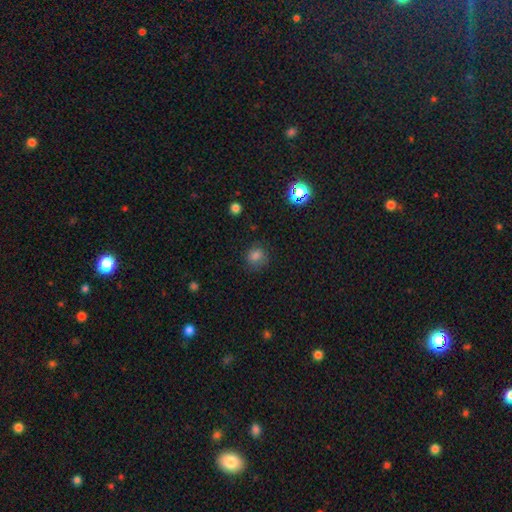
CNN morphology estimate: This is likely a smooth galaxy (79%). How rounded: likely round (78%). Merging: likely none (77%).